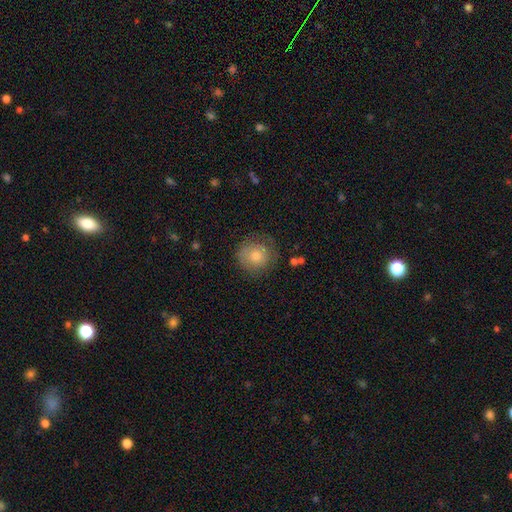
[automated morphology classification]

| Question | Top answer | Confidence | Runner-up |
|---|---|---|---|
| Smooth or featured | smooth | 69% | featured or disk (23%) |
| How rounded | round | 91% | in between (8%) |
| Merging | none | 69% | minor disturbance (20%) |